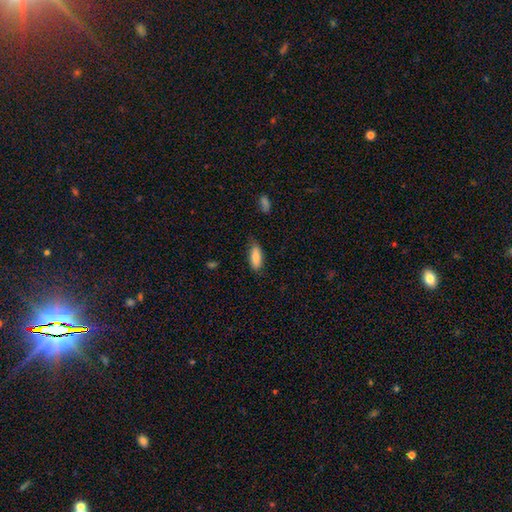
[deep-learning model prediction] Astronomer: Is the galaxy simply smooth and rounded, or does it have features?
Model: smooth — 84%.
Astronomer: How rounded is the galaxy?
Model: in between — 76%.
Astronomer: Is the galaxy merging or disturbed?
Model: none — 75%.